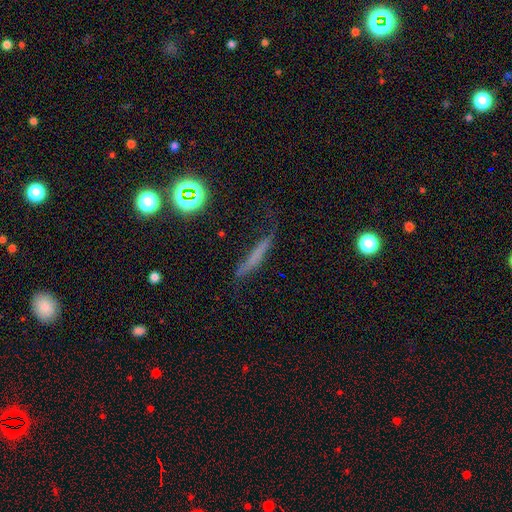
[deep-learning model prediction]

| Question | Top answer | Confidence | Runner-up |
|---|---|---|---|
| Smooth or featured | smooth | 53% | featured or disk (32%) |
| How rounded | cigar-shaped | 90% | in between (6%) |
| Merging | none | 66% | minor disturbance (22%) |